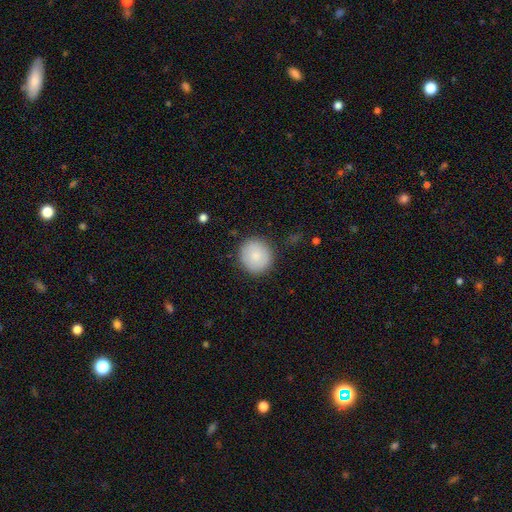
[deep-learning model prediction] The model was most divided on "smooth or featured": smooth: 85%, featured or disk: 8%, star or artifact: 7%. More confident: how rounded — round (92%); merging — none (89%).